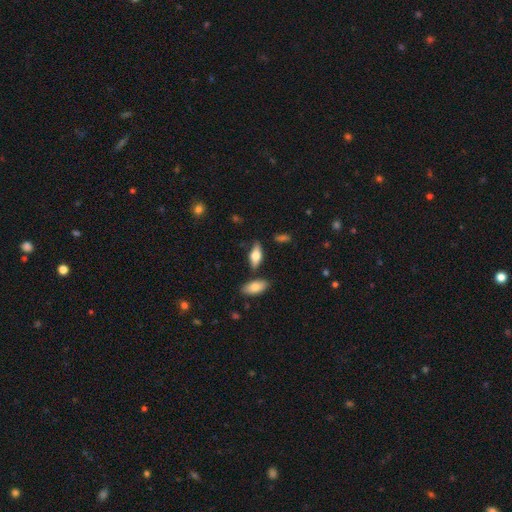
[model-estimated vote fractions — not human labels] A smooth galaxy with no disk features (63%) that is in between round and cigar-shaped (75%).

Vote fractions:
- Smooth or featured? smooth: 63% / featured or disk: 30% / star or artifact: 7%
- How rounded? in between: 75% / cigar-shaped: 22% / round: 3%
- Merging? none: 74% / minor disturbance: 14% / merger: 7% / major disturbance: 4%